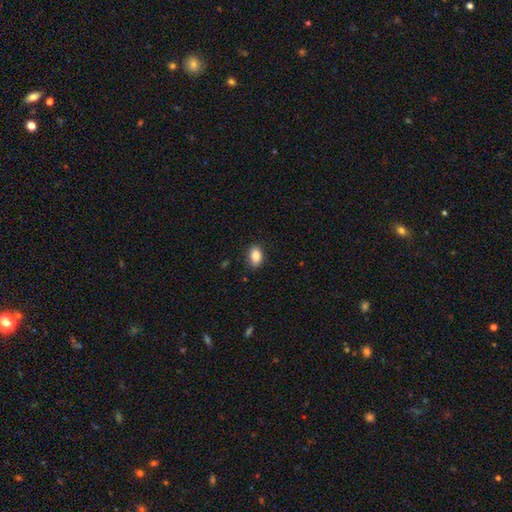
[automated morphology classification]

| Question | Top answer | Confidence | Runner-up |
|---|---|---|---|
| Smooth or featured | smooth | 87% | star or artifact (8%) |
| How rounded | in between | 87% | round (11%) |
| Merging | none | 85% | minor disturbance (11%) |